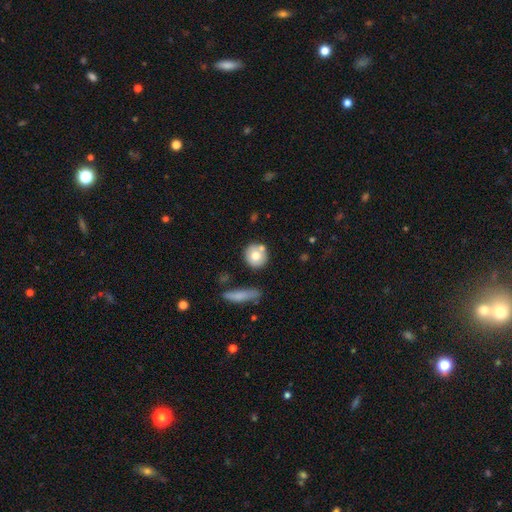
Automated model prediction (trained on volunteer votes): This is likely a smooth galaxy (71%). How rounded: clearly round (87%). Merging: likely none (67%).